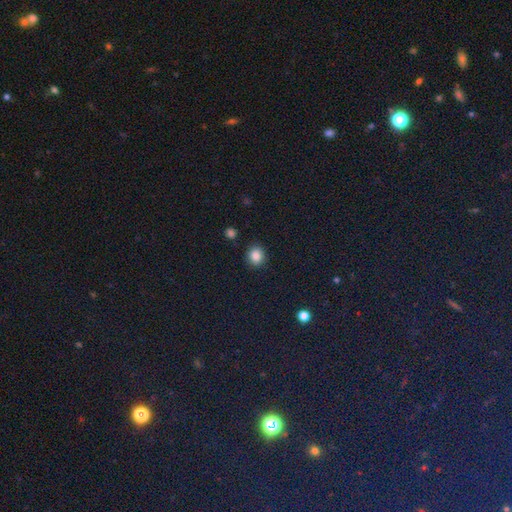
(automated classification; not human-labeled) smooth_or_featured: smooth (p=0.85) [alt: star or artifact p=0.11]
how_rounded: round (p=0.81) [alt: in between p=0.18]
merging: none (p=0.89) [alt: minor disturbance p=0.07]